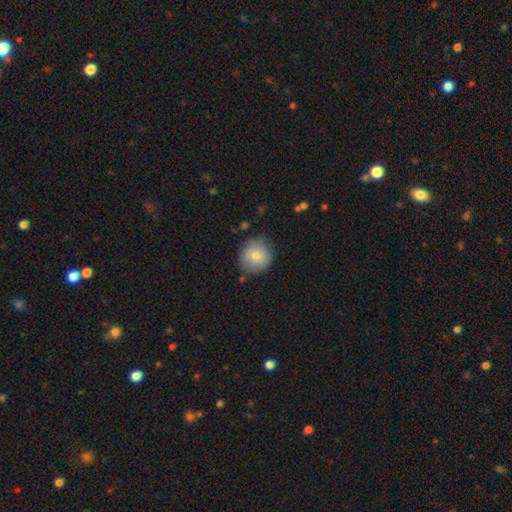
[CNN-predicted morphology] type=smooth (76%); roundness=round (89%); merging=none (79%).